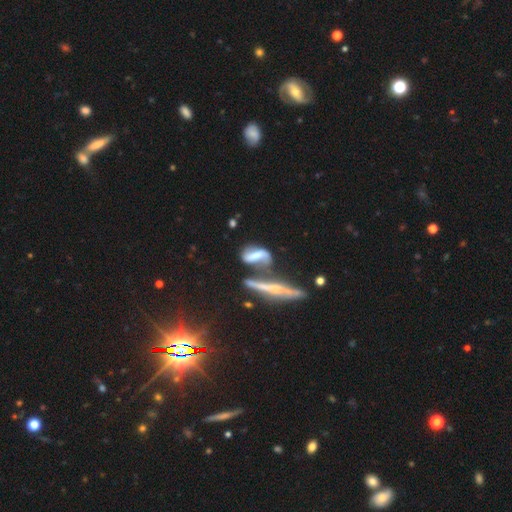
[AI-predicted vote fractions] The model was most divided on "merging": merger: 37%, none: 33%, minor disturbance: 16%, major disturbance: 15%. More confident: edge-on disk — no (71%); smooth or featured — featured or disk (55%).